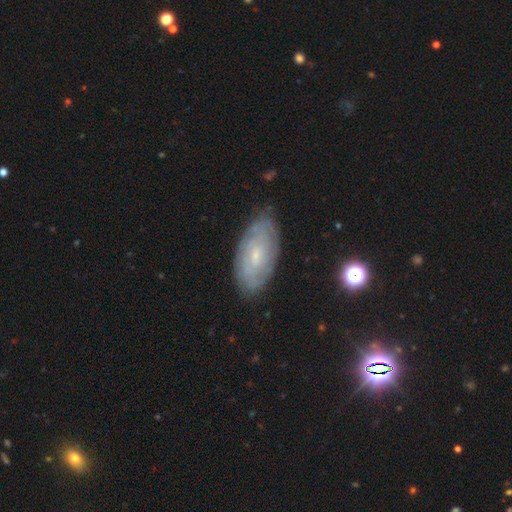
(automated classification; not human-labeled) featured or disk 64%, smooth 28%, star or artifact 8%. Down the decision tree: edge-on disk — no (91%); bar — no (58%); spiral arms — yes (80%); bulge size — small (71%); merging — none (79%).